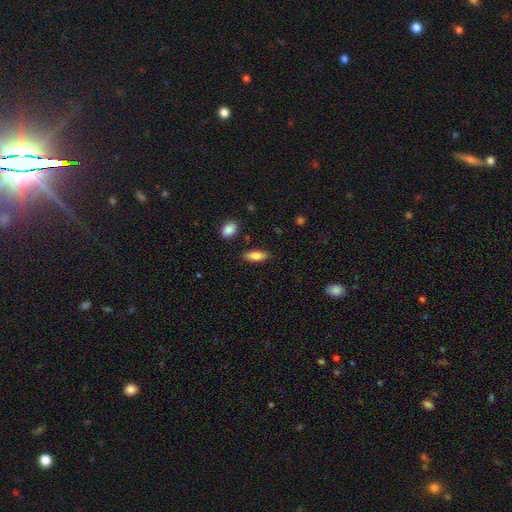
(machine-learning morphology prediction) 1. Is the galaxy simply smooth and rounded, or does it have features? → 82% smooth, 11% featured or disk, 7% star or artifact.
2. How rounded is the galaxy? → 72% in between, 26% cigar-shaped, 2% round.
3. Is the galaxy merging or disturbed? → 85% none, 10% minor disturbance, 2% major disturbance, 2% merger.